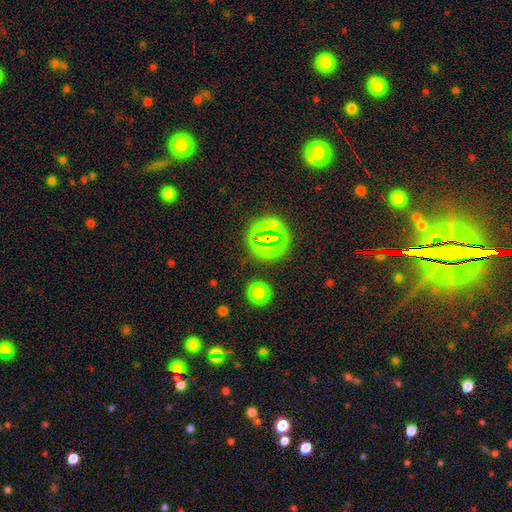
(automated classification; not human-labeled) A star or artifact, not a galaxy (70%).

Vote fractions:
- Smooth or featured? star or artifact: 70% / smooth: 19% / featured or disk: 11%